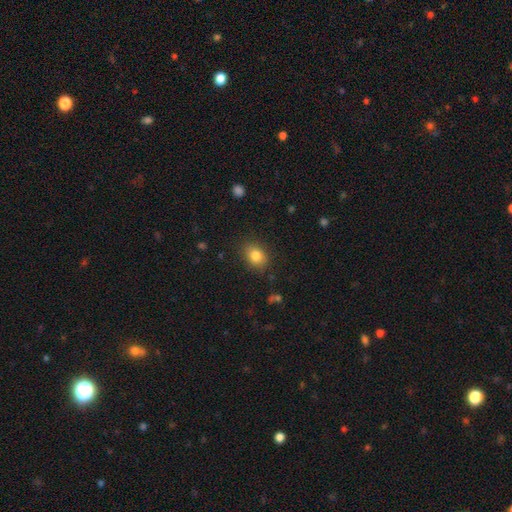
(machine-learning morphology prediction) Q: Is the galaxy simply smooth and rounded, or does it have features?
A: smooth — 82%.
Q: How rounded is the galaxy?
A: in between — 65%.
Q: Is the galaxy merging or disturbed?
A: none — 85%.